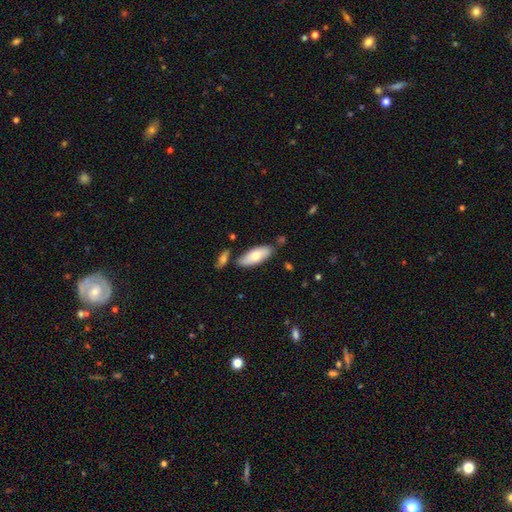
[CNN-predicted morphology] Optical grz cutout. It shows a smooth galaxy with no disk features (69%) that is in between round and cigar-shaped (82%). Merging: none (74%).